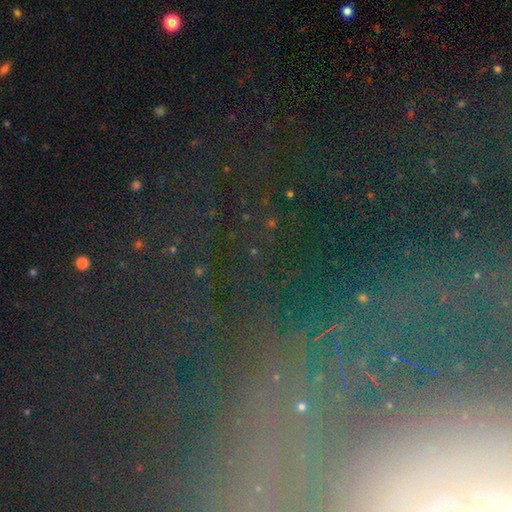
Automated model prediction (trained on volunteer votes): A star or artifact, not a galaxy (72%).